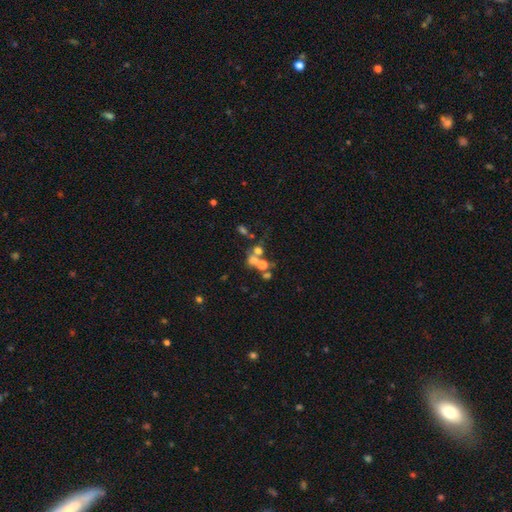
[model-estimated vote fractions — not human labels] This is possibly a smooth galaxy (49%). Merging: possibly merger (52%).